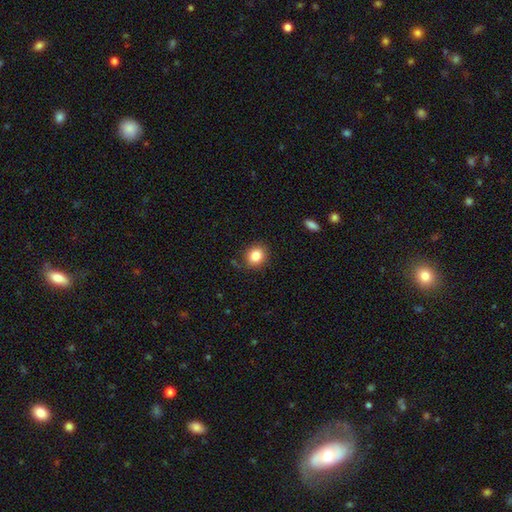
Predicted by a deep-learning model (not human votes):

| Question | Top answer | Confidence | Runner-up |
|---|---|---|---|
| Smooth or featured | smooth | 84% | star or artifact (10%) |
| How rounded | round | 73% | in between (26%) |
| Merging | none | 85% | minor disturbance (11%) |